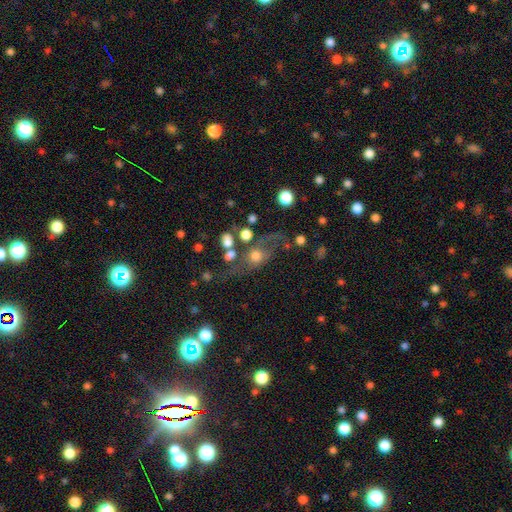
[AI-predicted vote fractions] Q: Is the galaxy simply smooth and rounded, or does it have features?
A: smooth — 48%.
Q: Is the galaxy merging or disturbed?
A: none — 44%.